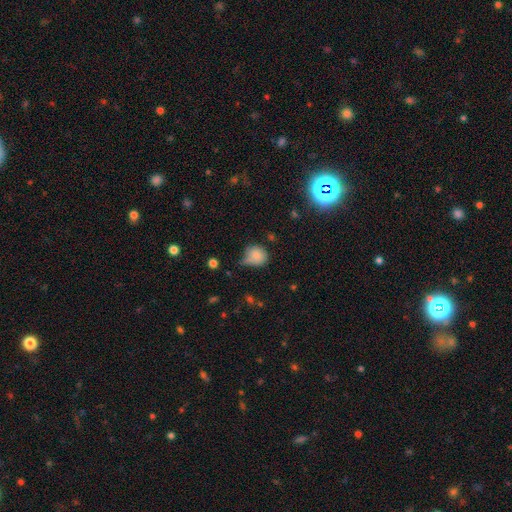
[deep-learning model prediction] Smooth or featured? smooth (81%)
How rounded? round (76%)
Merging? none (45%)